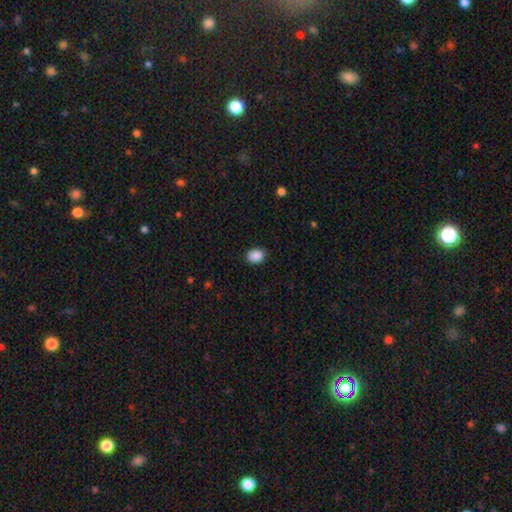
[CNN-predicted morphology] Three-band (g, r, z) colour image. It shows a smooth galaxy with no disk features (89%) that is in between round and cigar-shaped (53%). Merging: none (89%).